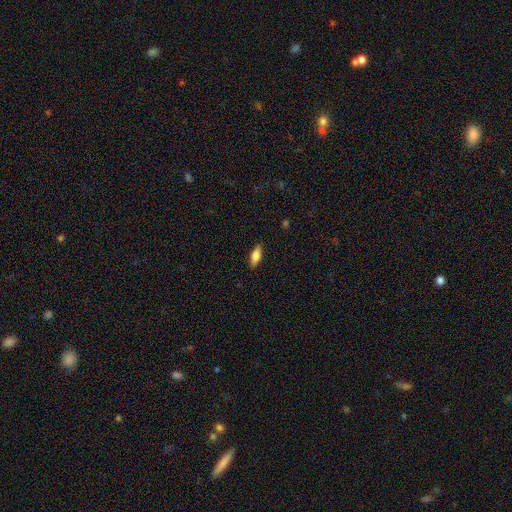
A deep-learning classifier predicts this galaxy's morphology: Overall: smooth (76%). How rounded: in between (70%). Merging: none (88%).